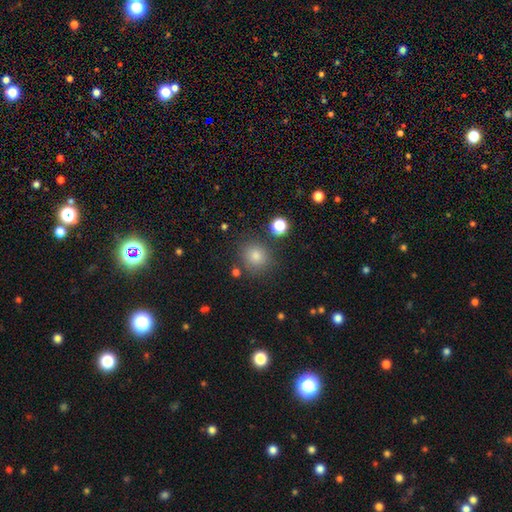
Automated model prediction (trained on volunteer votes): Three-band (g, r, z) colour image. It shows a smooth galaxy with no disk features (77%) that is round (84%). Merging: none (84%).